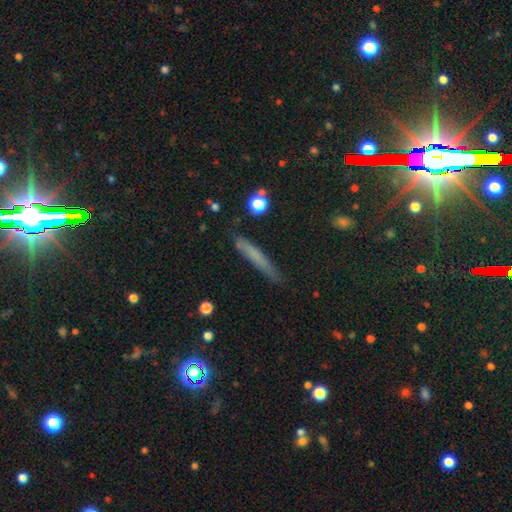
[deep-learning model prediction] This appears to be a smooth galaxy with no disk features (64%) that is cigar-shaped (93%). Merging: none (80%).